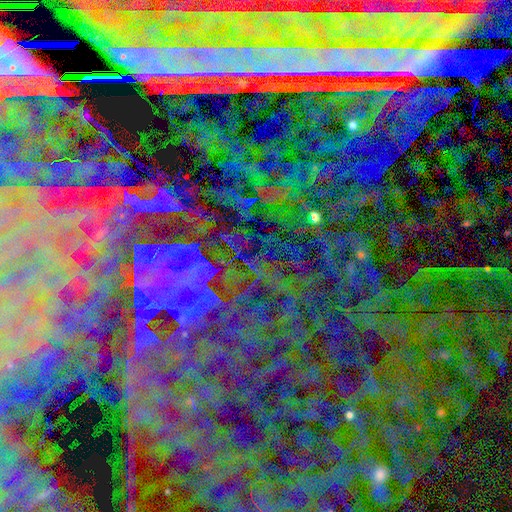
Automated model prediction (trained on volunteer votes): A star or artifact, not a galaxy (88%).